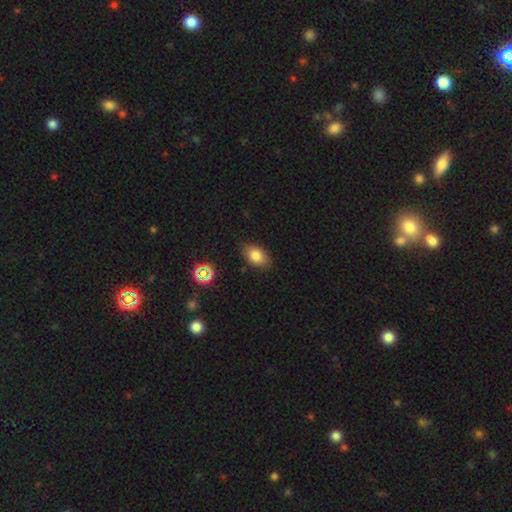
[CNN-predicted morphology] Smooth or featured? Predicted: smooth (p=0.81). How rounded? Predicted: in between (p=0.88). Merging? Predicted: none (p=0.84).